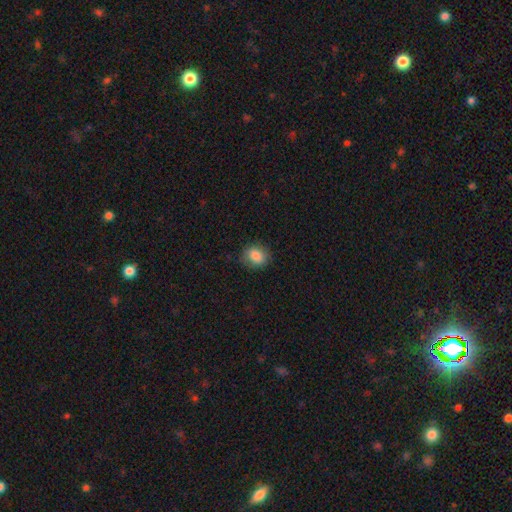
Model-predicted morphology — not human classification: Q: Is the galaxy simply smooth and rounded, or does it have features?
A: smooth — 85%.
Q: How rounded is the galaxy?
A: round — 54%.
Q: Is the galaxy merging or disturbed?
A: none — 80%.